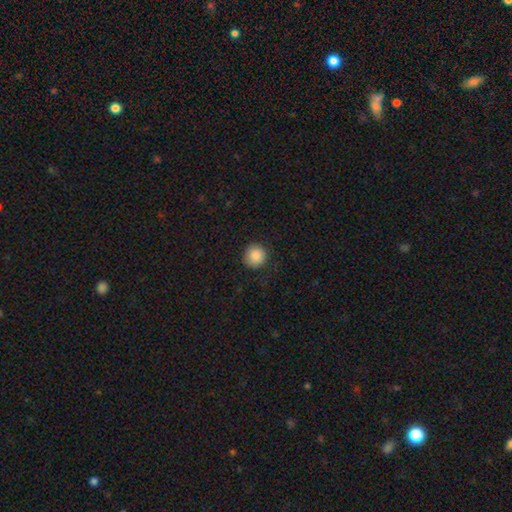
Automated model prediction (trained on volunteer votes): Smooth or featured? smooth (88%)
How rounded? round (94%)
Merging? none (89%)